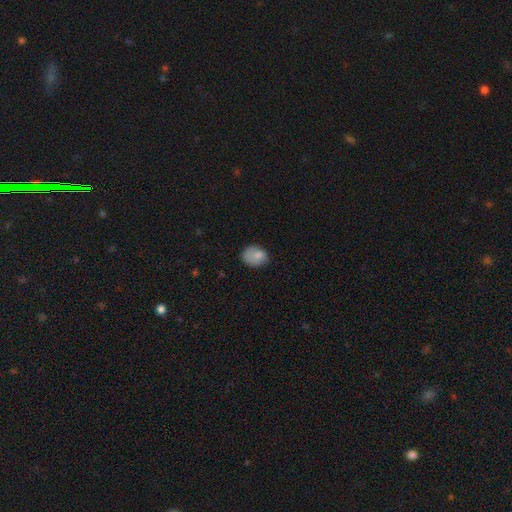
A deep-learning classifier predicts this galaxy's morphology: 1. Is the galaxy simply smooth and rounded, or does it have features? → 80% smooth, 11% featured or disk, 9% star or artifact.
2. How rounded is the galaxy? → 56% in between, 43% round, 1% cigar-shaped.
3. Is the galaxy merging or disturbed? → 60% none, 28% minor disturbance, 10% major disturbance, 2% merger.